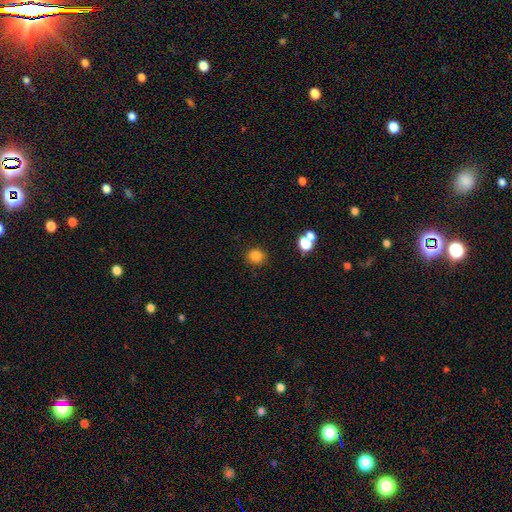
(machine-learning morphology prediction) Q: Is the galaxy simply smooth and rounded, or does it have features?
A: smooth — 83%.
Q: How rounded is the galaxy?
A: round — 88%.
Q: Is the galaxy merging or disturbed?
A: none — 87%.